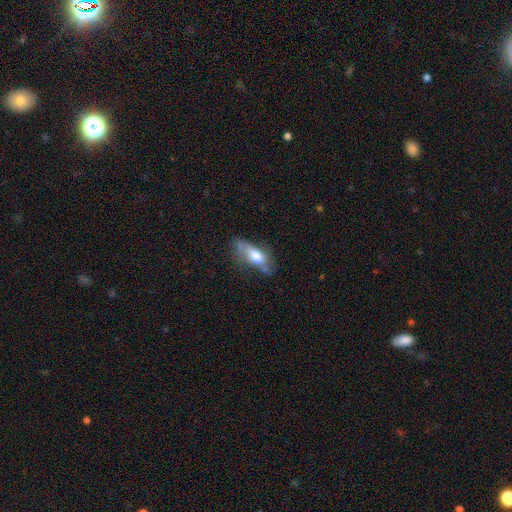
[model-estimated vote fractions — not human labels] Q: Smooth or featured?
A: smooth (59%); runner-up: featured or disk (33%)
Q: How rounded?
A: in between (74%); runner-up: cigar-shaped (22%)
Q: Merging?
A: none (45%); runner-up: minor disturbance (33%)